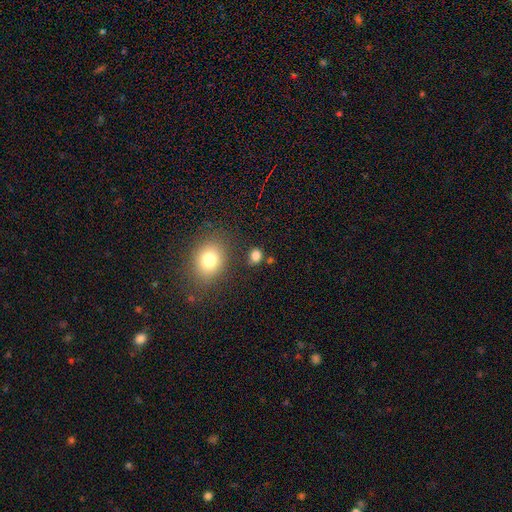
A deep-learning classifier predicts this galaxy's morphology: Q: Smooth or featured?
A: smooth (82%); runner-up: star or artifact (13%)
Q: How rounded?
A: round (58%); runner-up: in between (41%)
Q: Merging?
A: none (77%); runner-up: minor disturbance (12%)